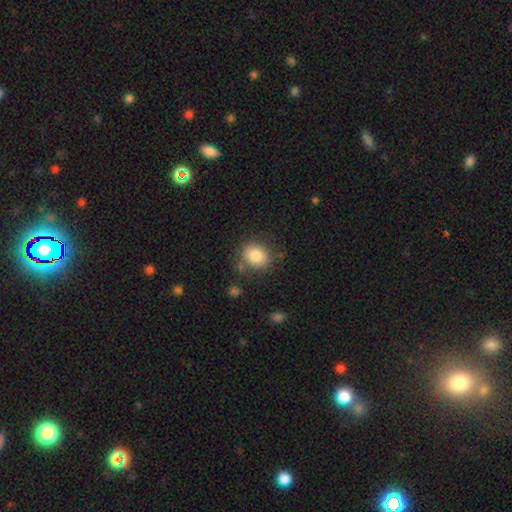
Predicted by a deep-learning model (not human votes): This appears to be a smooth galaxy with no disk features (83%) that is round (60%). Merging: none (77%).